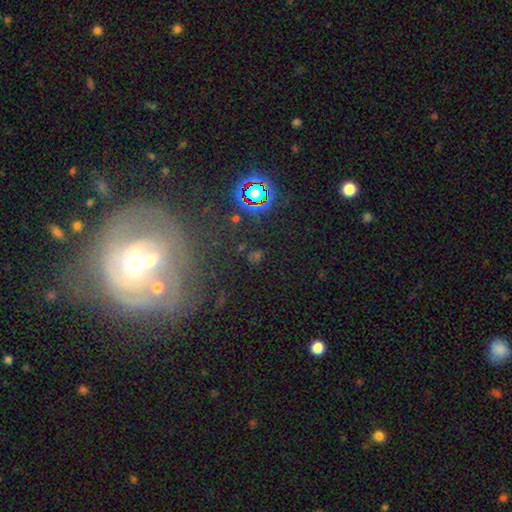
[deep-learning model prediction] This is possibly a star or artifact rather than a galaxy (51%).